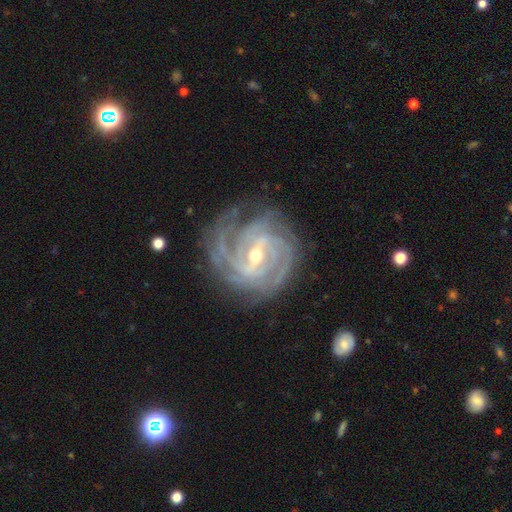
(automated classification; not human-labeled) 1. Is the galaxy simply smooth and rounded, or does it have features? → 92% featured or disk, 5% star or artifact, 3% smooth.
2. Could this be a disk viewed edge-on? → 97% no, 3% yes.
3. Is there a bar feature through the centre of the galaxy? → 47% weak, 37% strong, 16% no.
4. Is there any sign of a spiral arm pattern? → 98% yes, 2% no.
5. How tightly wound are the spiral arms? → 72% tight, 25% medium, 4% loose.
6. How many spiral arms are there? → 27% 4, 24% 3, 19% can't tell, 14% 2, 10% more than 4, 7% 1.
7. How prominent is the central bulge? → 53% small, 44% moderate, 1% large, 1% none, 1% dominant.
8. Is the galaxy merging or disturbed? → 75% none, 16% minor disturbance, 7% major disturbance, 1% merger.